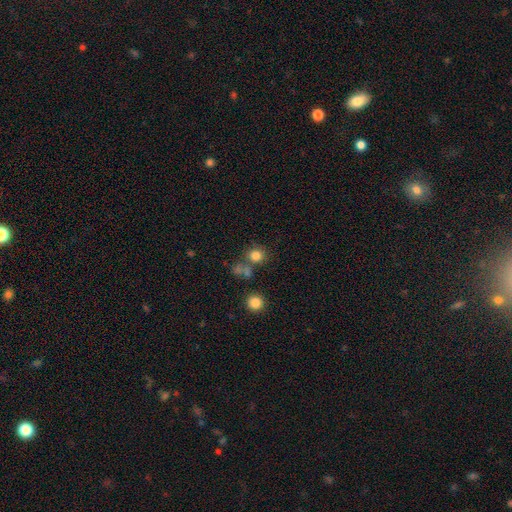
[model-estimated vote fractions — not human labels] Smooth or featured: smooth — 78% (star or artifact — 15%)
How rounded: round — 88% (in between — 11%)
Merging: none — 68% (merger — 17%)